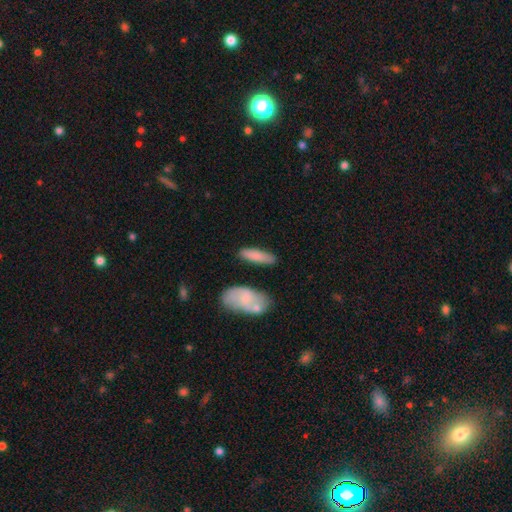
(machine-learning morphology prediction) smooth_or_featured: smooth (p=0.80) [alt: featured or disk p=0.14]
how_rounded: cigar-shaped (p=0.62) [alt: in between p=0.36]
merging: none (p=0.78) [alt: minor disturbance p=0.13]